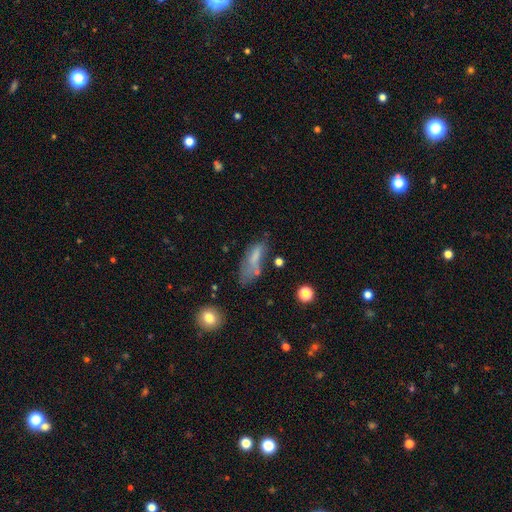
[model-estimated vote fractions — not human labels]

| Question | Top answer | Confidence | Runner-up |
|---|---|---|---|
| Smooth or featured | smooth | 58% | featured or disk (28%) |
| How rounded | in between | 61% | cigar-shaped (36%) |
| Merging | none | 39% | minor disturbance (28%) |